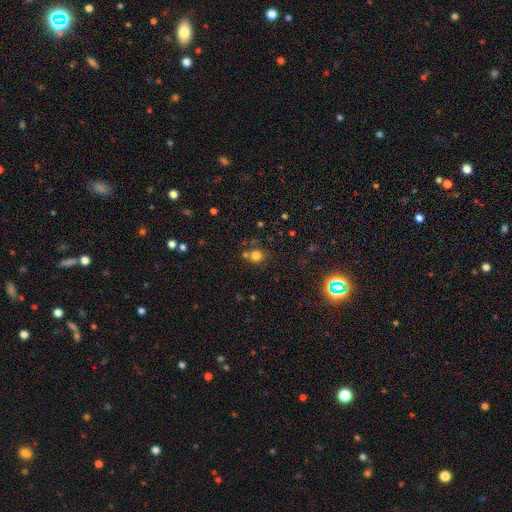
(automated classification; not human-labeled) Overall: smooth (75%). How rounded: round (87%). Merging: none (67%).